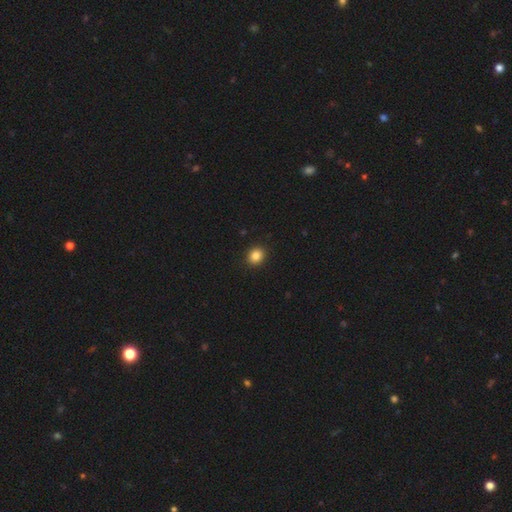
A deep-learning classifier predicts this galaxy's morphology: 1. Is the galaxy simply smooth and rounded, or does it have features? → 85% smooth, 10% star or artifact, 4% featured or disk.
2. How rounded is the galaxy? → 69% round, 30% in between, 1% cigar-shaped.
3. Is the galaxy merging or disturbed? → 92% none, 6% minor disturbance, 2% major disturbance, 1% merger.